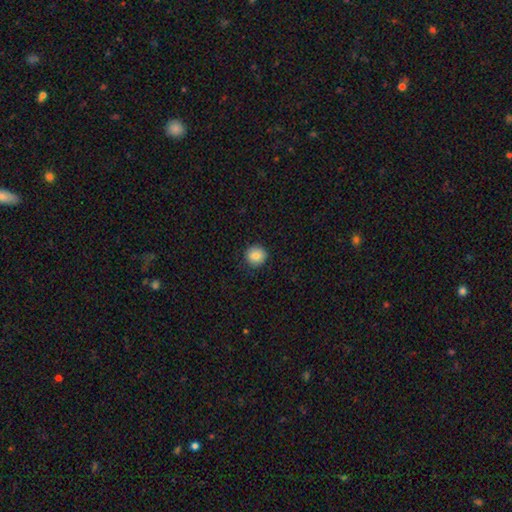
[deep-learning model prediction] Q: Smooth or featured?
A: smooth (85%); runner-up: star or artifact (9%)
Q: How rounded?
A: round (94%); runner-up: in between (6%)
Q: Merging?
A: none (90%); runner-up: minor disturbance (7%)